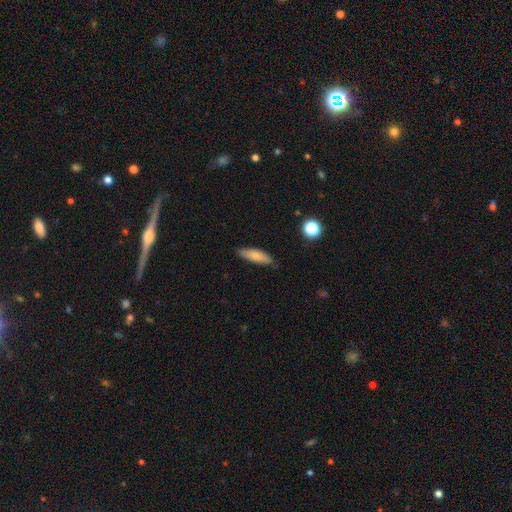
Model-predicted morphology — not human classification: A smooth galaxy with no disk features (79%) that is cigar-shaped (58%). Merging: none (83%).